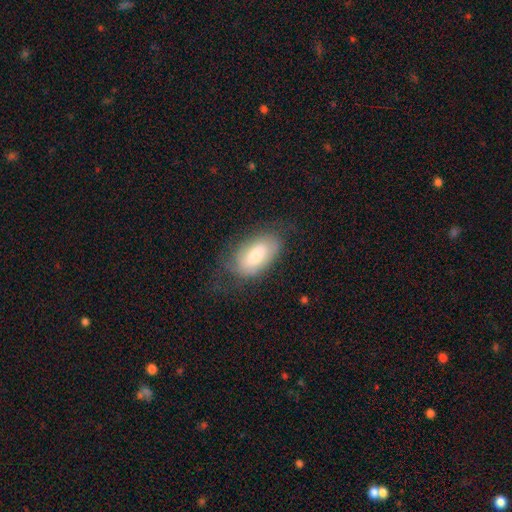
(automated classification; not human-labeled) Morphology: type=smooth (62%); roundness=in between (93%); merging=none (62%).